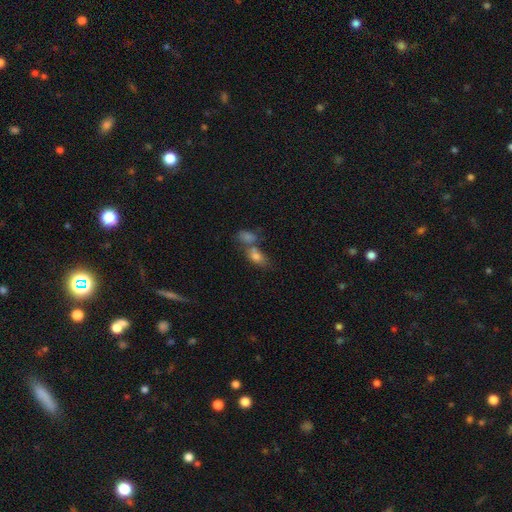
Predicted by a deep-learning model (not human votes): Q: Smooth or featured?
A: smooth (76%); runner-up: featured or disk (14%)
Q: How rounded?
A: in between (83%); runner-up: round (12%)
Q: Merging?
A: merger (50%); runner-up: none (34%)